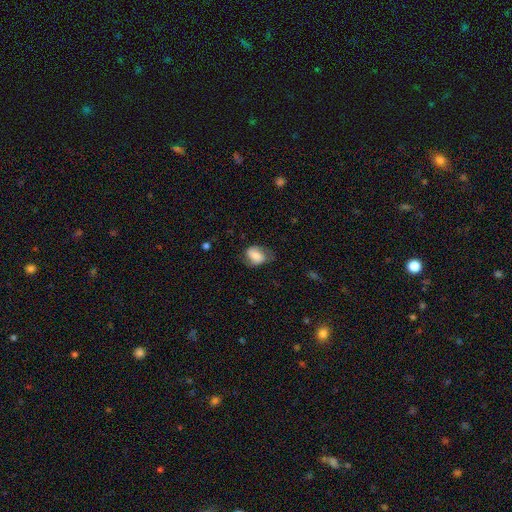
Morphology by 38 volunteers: A smooth galaxy with no disk features (61%) that is in between round and cigar-shaped (96%). Merging: minor disturbance (56%).